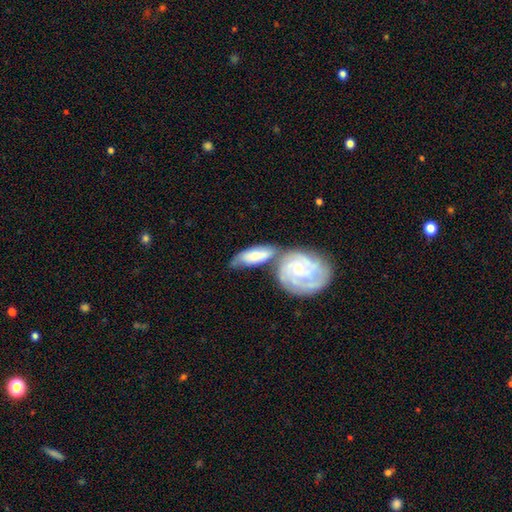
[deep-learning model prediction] Q: Smooth or featured?
A: featured or disk (50%); runner-up: smooth (44%)
Q: Edge-on disk?
A: no (87%); runner-up: yes (13%)
Q: Merging?
A: merger (45%); runner-up: none (32%)